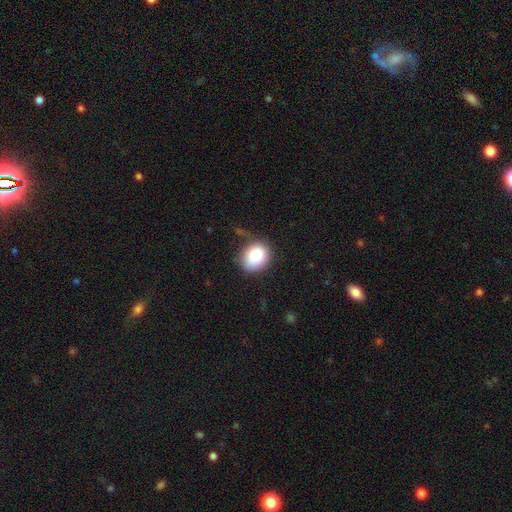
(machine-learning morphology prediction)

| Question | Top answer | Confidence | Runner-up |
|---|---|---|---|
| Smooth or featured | smooth | 86% | star or artifact (8%) |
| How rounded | round | 56% | in between (43%) |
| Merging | none | 69% | minor disturbance (21%) |